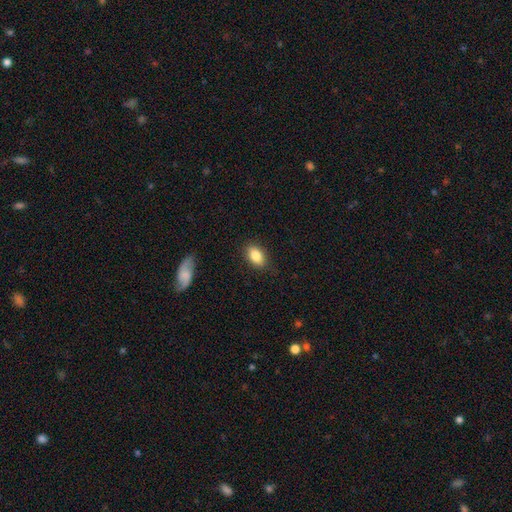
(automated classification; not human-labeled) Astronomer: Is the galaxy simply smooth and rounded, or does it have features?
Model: smooth — 85%.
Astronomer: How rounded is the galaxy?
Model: in between — 88%.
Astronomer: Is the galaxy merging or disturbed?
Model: none — 85%.